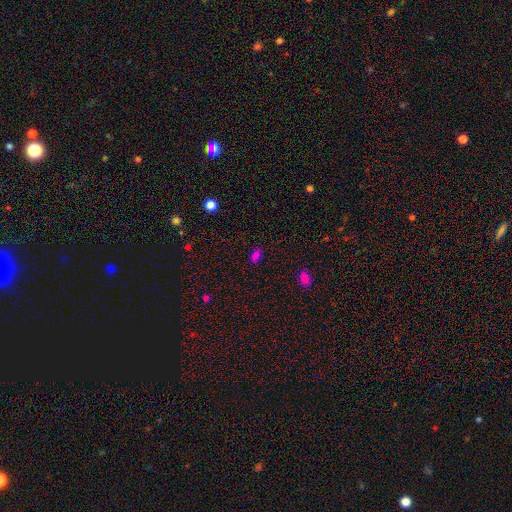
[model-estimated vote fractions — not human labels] A smooth galaxy with no disk features (76%) that is in between round and cigar-shaped (87%). Merging: none (85%).